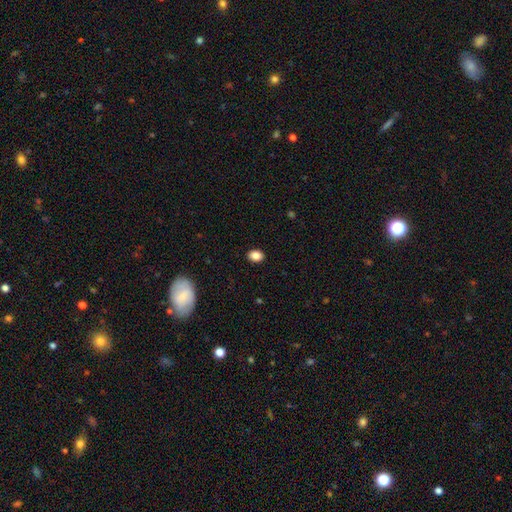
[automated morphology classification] A smooth galaxy with no disk features (87%) that is in between round and cigar-shaped (74%).

Vote fractions:
- Smooth or featured? smooth: 87% / star or artifact: 9% / featured or disk: 4%
- How rounded? in between: 74% / round: 25% / cigar-shaped: 1%
- Merging? none: 89% / minor disturbance: 8% / major disturbance: 2% / merger: 1%